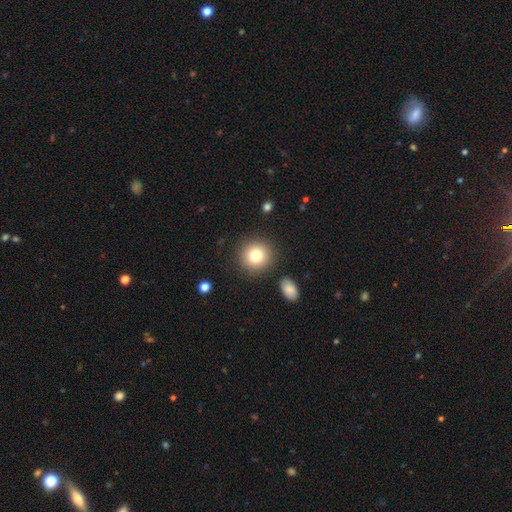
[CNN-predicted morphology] Smooth or featured: smooth — 79% (star or artifact — 11%)
How rounded: round — 92% (in between — 7%)
Merging: none — 87% (minor disturbance — 7%)